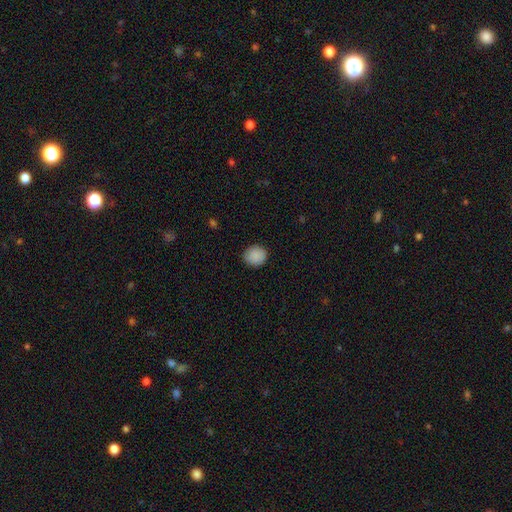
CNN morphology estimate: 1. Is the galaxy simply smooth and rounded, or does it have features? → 89% smooth, 8% star or artifact, 4% featured or disk.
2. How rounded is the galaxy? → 79% round, 20% in between, 1% cigar-shaped.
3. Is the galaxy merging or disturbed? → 84% none, 13% minor disturbance, 2% major disturbance, 1% merger.